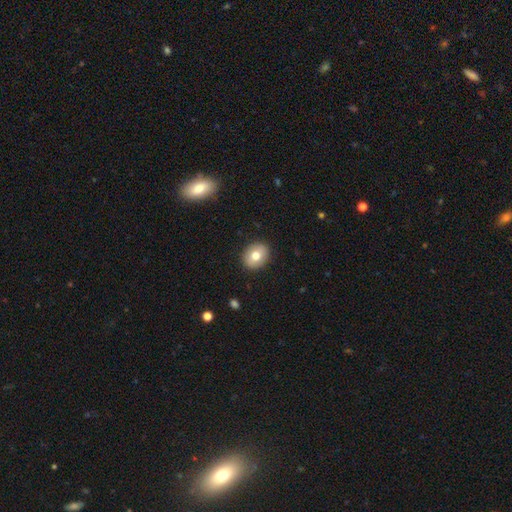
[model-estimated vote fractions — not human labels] A smooth galaxy with no disk features (76%) that is round (55%). Merging: none (90%).